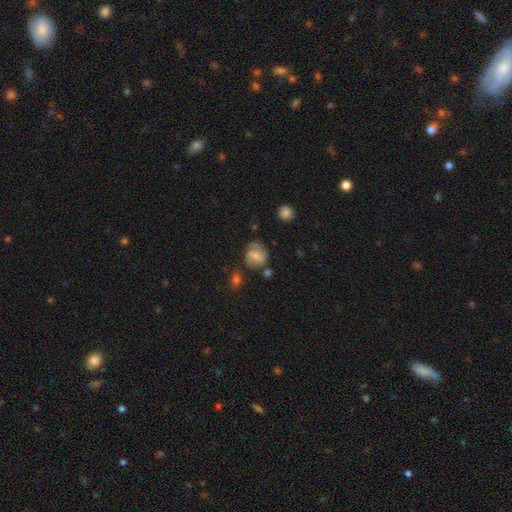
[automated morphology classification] This is possibly a featured or disk galaxy (52%). It is clearly not viewed edge-on (97%). Bar: possibly weak (46%). Spiral arm pattern: clearly yes (82%). Central bulge: marginally small (41%). Merging: possibly none (56%).